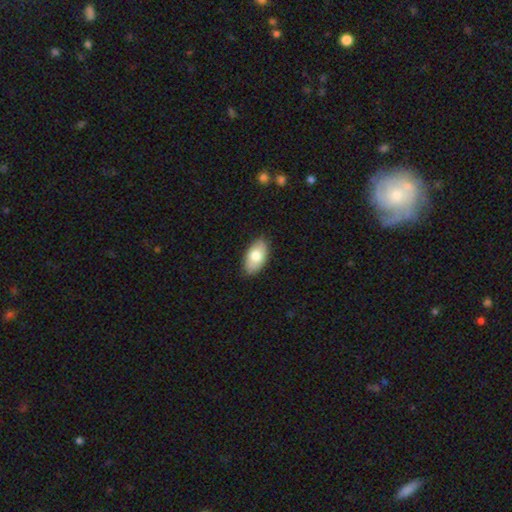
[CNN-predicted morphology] smooth_or_featured: smooth (p=0.77) [alt: featured or disk p=0.17]
how_rounded: in between (p=0.94) [alt: round p=0.04]
merging: none (p=0.85) [alt: minor disturbance p=0.12]